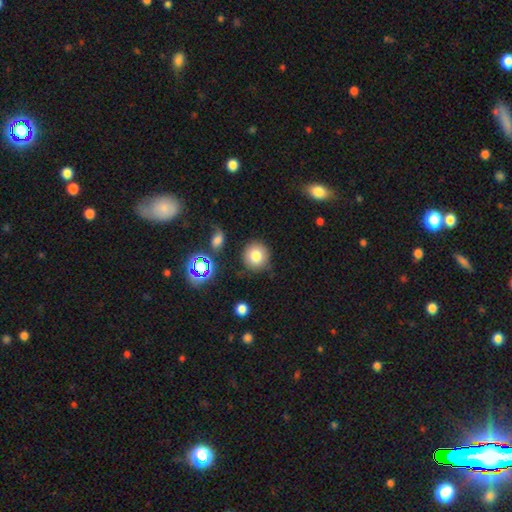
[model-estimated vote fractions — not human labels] smooth 79%, star or artifact 12%, featured or disk 9%. Down the decision tree: how rounded — round (90%); merging — none (80%).